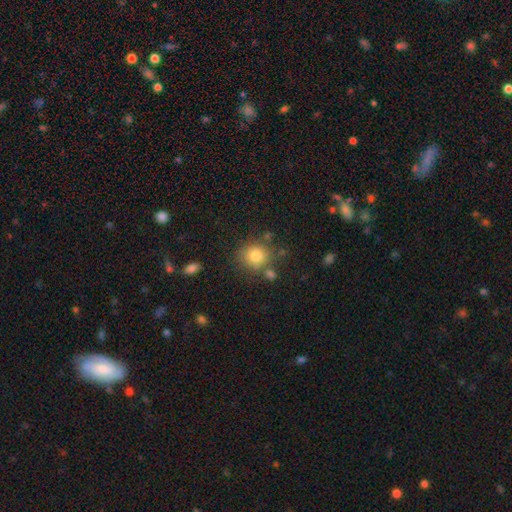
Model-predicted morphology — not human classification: Smooth or featured? Predicted: smooth (p=0.80). How rounded? Predicted: round (p=0.81). Merging? Predicted: none (p=0.72).